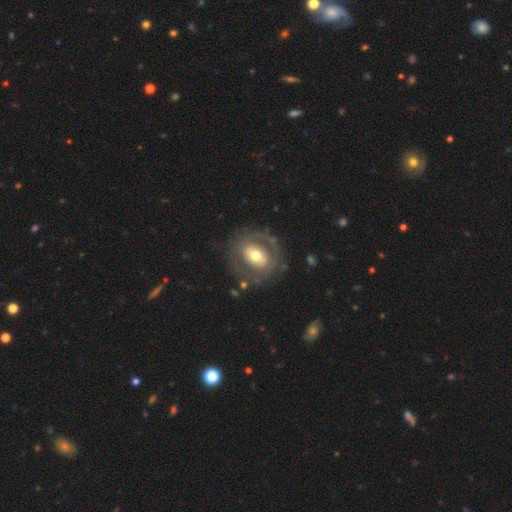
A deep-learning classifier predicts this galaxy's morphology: smooth-or-featured: featured or disk: 62% | smooth: 33% | star or artifact: 6%
  disk-edge-on: no: 95% | yes: 5%
    bar: no: 47% | weak: 30% | strong: 23%
    has-spiral-arms: no: 64% | yes: 36%
    bulge-size: moderate: 67% | large: 18% | small: 13% | dominant: 2% | none: 1%
  merging: none: 73% | minor disturbance: 14% | major disturbance: 10% | merger: 2%